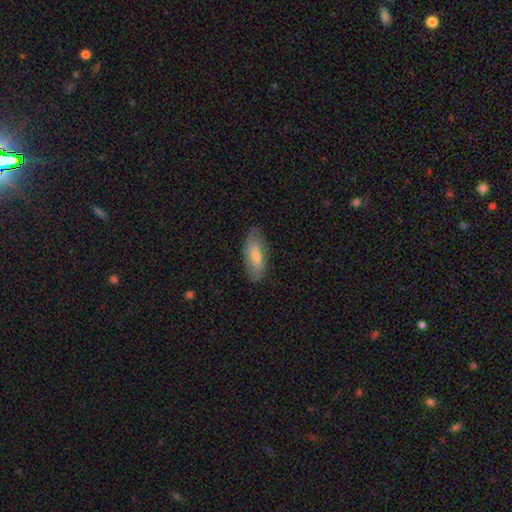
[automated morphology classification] Overall: smooth (60%; featured or disk 33%). How rounded: in between (69%; cigar-shaped 29%). Merging: none (78%).